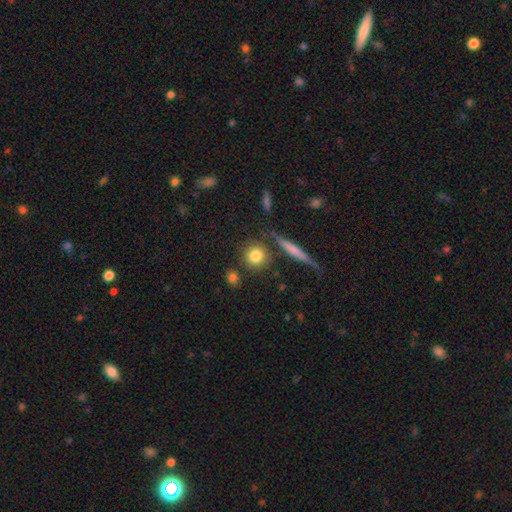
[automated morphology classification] Smooth or featured: smooth — 82% (star or artifact — 9%)
How rounded: round — 86% (in between — 10%)
Merging: none — 80% (minor disturbance — 9%)